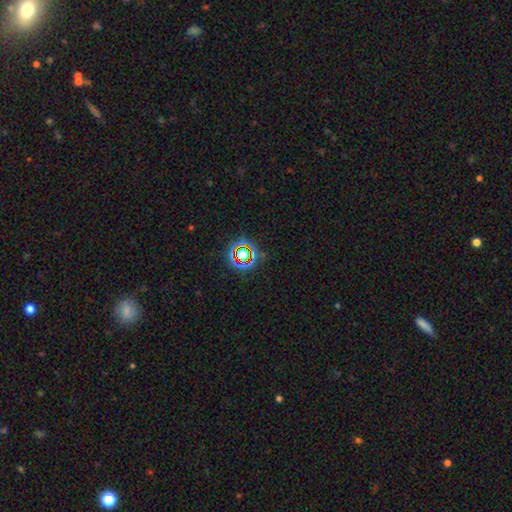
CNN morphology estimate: Smooth or featured? Predicted: star or artifact (p=0.74).